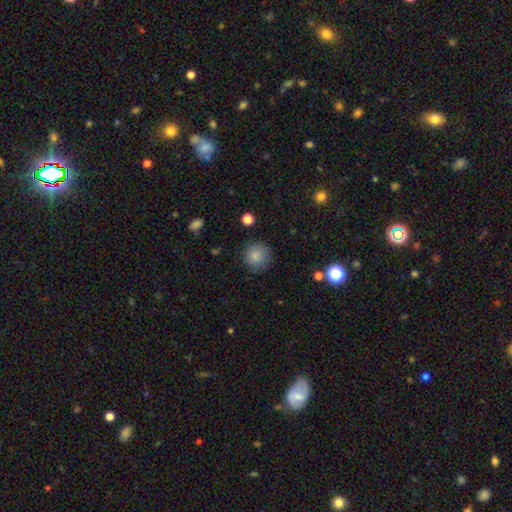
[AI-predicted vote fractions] This appears to be a smooth galaxy with no disk features (86%) that is round (93%). Merging: none (85%).